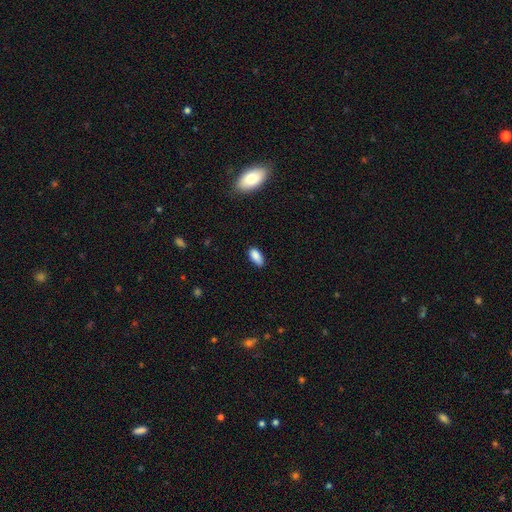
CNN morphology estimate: Smooth or featured? Predicted: smooth (p=0.87). How rounded? Predicted: in between (p=0.88). Merging? Predicted: none (p=0.76).